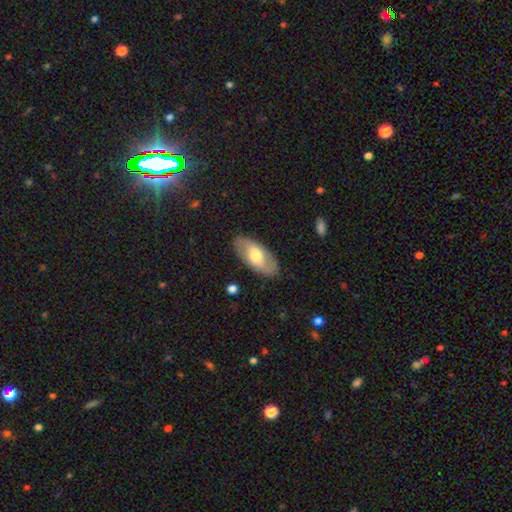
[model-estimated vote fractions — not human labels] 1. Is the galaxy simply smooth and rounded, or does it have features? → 50% smooth, 45% featured or disk, 5% star or artifact.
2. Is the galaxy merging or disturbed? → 85% none, 11% minor disturbance, 3% major disturbance, 1% merger.